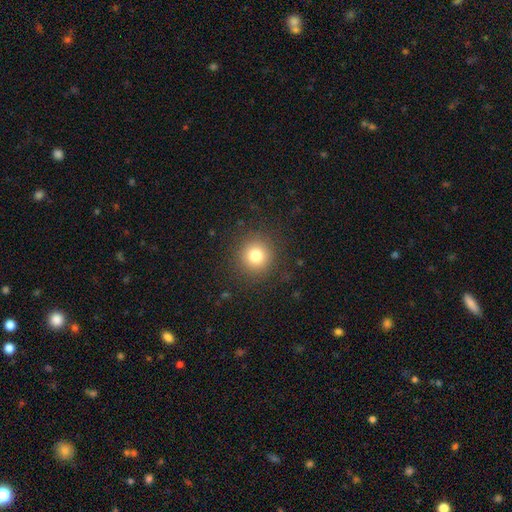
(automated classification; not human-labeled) Smooth or featured?
  - smooth: 79% *
  - star or artifact: 13%
  - featured or disk: 8%
How rounded?
  - round: 94% *
  - in between: 5%
  - cigar-shaped: 1%
Merging?
  - none: 89% *
  - minor disturbance: 7%
  - major disturbance: 3%
  - merger: 1%